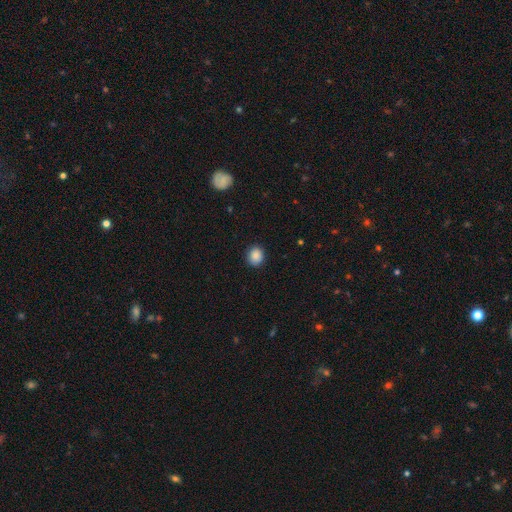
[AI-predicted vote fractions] This is clearly a smooth galaxy (88%). How rounded: likely round (73%). Merging: clearly none (89%).